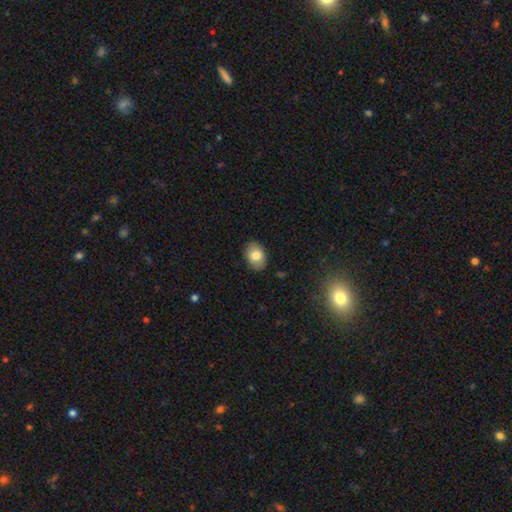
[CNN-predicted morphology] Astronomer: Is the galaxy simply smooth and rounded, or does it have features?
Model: smooth — 79%.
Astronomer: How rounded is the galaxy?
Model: in between — 80%.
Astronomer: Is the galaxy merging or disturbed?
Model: none — 87%.